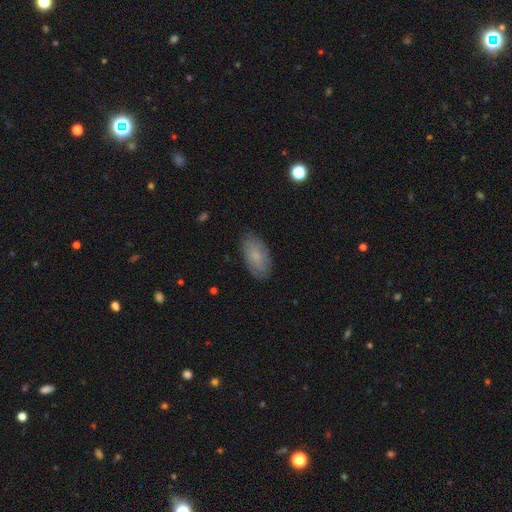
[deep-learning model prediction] The model was most divided on "smooth or featured": smooth: 74%, featured or disk: 18%, star or artifact: 7%. More confident: how rounded — in between (93%); merging — none (84%).